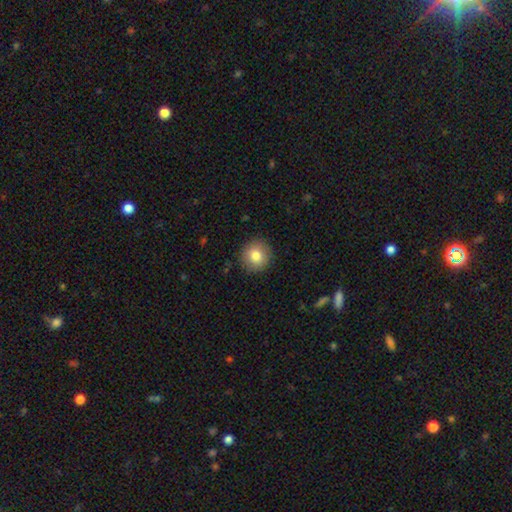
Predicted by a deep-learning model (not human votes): Smooth or featured?
  - smooth: 81% *
  - featured or disk: 9%
  - star or artifact: 9%
How rounded?
  - round: 93% *
  - in between: 6%
  - cigar-shaped: 1%
Merging?
  - none: 90% *
  - minor disturbance: 7%
  - major disturbance: 2%
  - merger: 1%